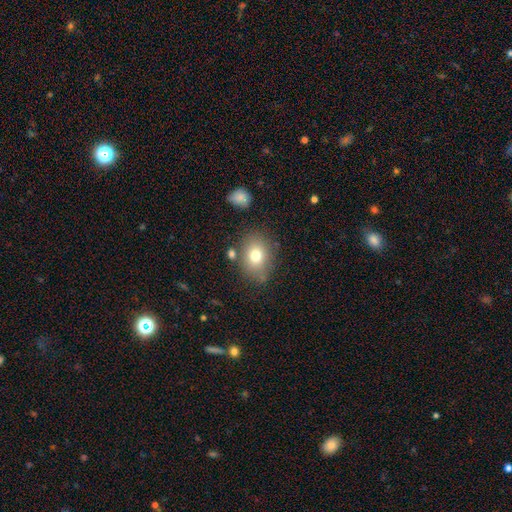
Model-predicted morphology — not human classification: The model was most divided on "how rounded": in between: 60%, round: 39%, cigar-shaped: 1%. More confident: smooth or featured — smooth (75%); merging — none (74%).